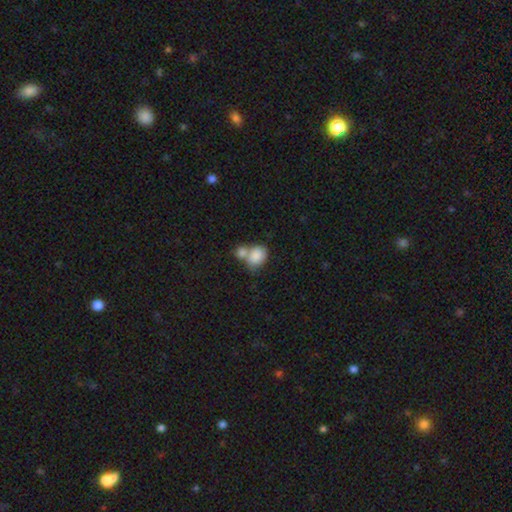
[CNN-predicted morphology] type=smooth (84%); roundness=in between (55%); merging=merger (57%).